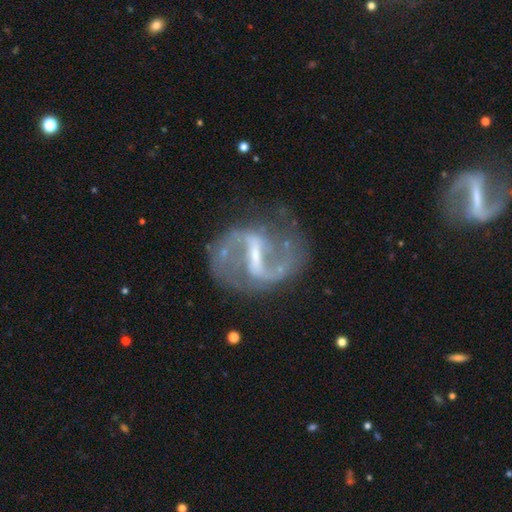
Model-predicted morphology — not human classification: Smooth or featured: featured or disk — 90% (star or artifact — 6%)
Edge-on disk: no — 97% (yes — 3%)
Bar: strong — 61% (weak — 32%)
Spiral arms: yes — 95% (no — 5%)
Spiral winding: medium — 49% (loose — 41%)
Spiral arm count: 2 — 92% (can't tell — 3%)
Bulge size: small — 60% (moderate — 22%)
Merging: none — 73% (minor disturbance — 15%)